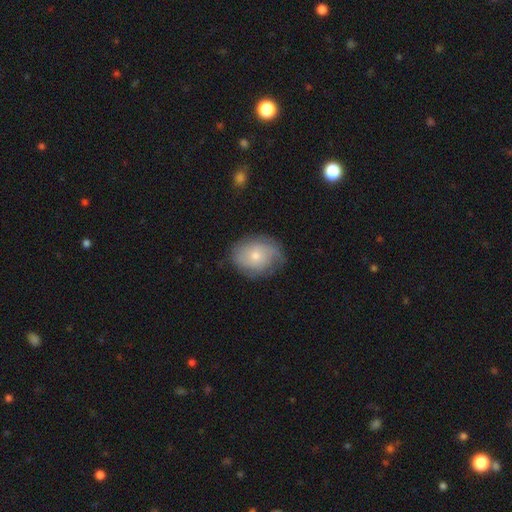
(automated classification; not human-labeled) Smooth or featured? Predicted: smooth (p=0.48). Merging? Predicted: none (p=0.68).